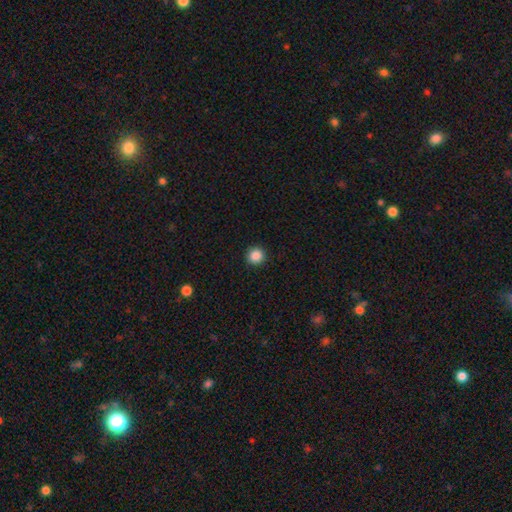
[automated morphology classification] This is clearly a smooth galaxy (87%). How rounded: clearly round (95%). Merging: clearly none (93%).